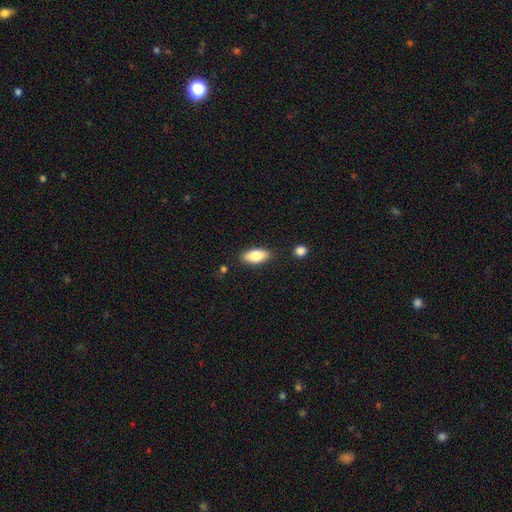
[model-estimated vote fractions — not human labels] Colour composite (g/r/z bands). It shows a smooth galaxy with no disk features (78%) that is in between round and cigar-shaped (86%). Merging: none (86%).